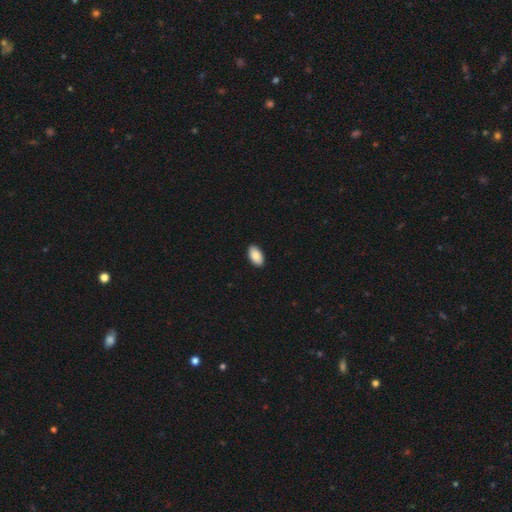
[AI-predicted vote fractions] smooth-or-featured: smooth: 89% | star or artifact: 6% | featured or disk: 5%
  how-rounded: in between: 95% | round: 3% | cigar-shaped: 2%
  merging: none: 91% | minor disturbance: 6% | major disturbance: 1% | merger: 1%